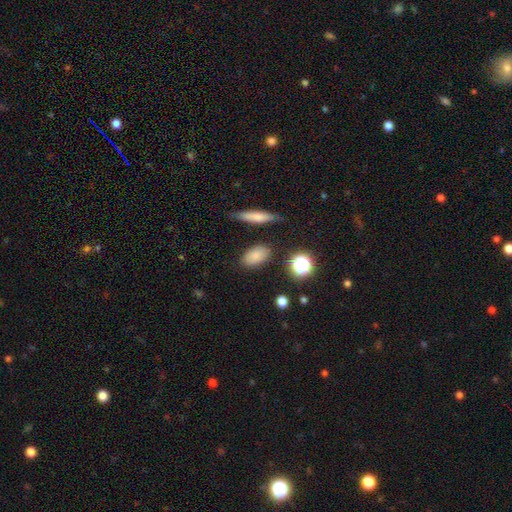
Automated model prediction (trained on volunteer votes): Morphology: type=smooth (81%); roundness=in between (84%); merging=none (82%).